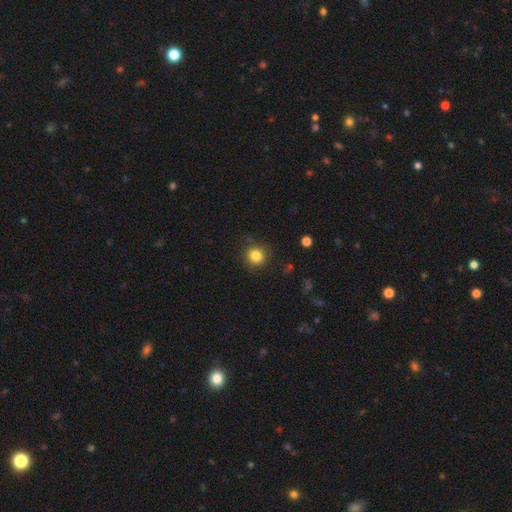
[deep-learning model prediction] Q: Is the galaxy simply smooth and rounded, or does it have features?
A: smooth — 83%.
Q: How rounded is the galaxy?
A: round — 93%.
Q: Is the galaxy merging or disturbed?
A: none — 87%.